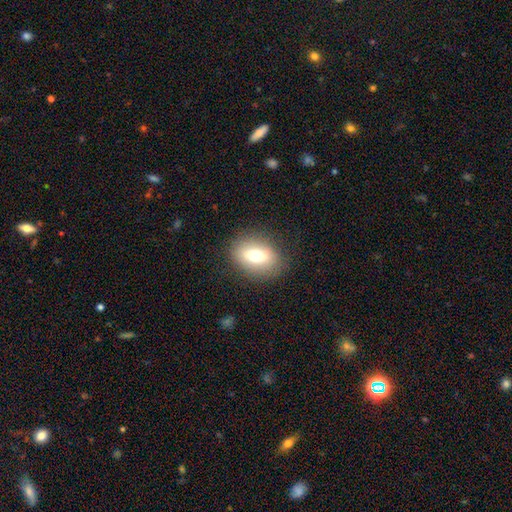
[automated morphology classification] This appears to be a smooth galaxy with no disk features (66%) that is in between round and cigar-shaped (66%). Merging: none (84%).